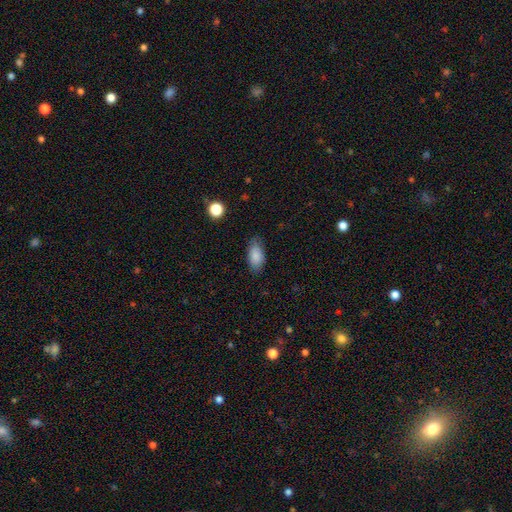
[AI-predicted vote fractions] Morphology: type=smooth (86%); roundness=in between (91%); merging=none (78%).